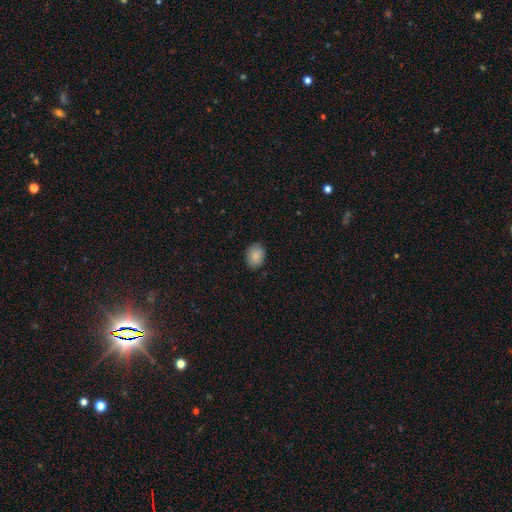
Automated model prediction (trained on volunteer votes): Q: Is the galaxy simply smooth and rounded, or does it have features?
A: smooth — 86%.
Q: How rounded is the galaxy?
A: in between — 62%.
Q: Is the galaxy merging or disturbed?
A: none — 86%.